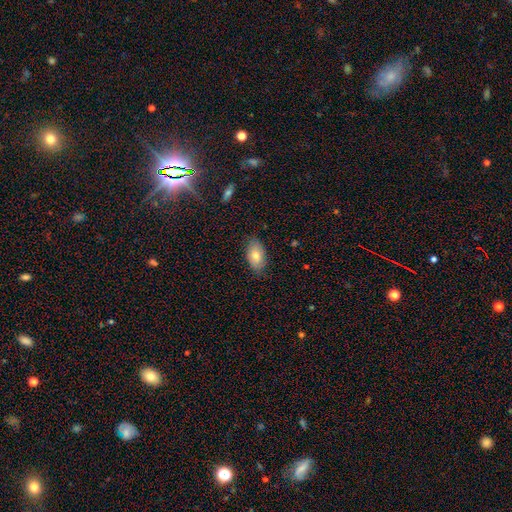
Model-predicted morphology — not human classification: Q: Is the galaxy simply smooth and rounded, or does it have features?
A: smooth — 74%.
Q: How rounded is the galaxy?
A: in between — 93%.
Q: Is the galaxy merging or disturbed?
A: none — 80%.